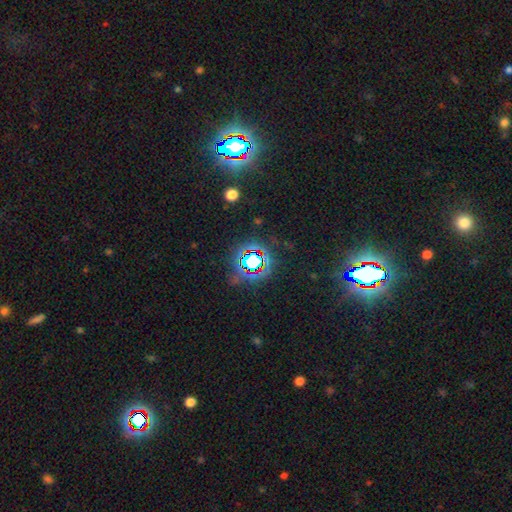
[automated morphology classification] A star or artifact, not a galaxy (79%).